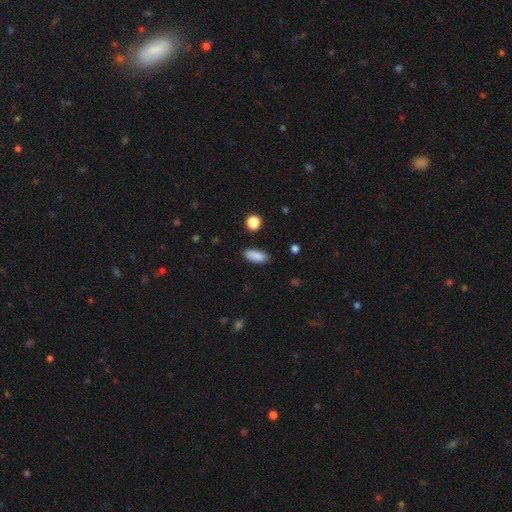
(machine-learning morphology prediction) Smooth or featured? Predicted: smooth (p=0.88). How rounded? Predicted: in between (p=0.78). Merging? Predicted: none (p=0.86).